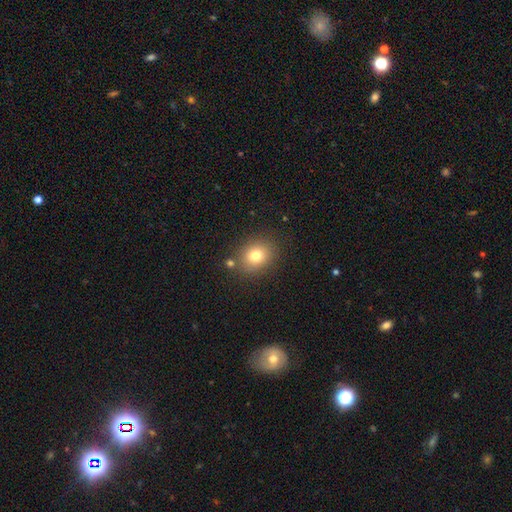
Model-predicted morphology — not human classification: smooth-or-featured: smooth: 78% | star or artifact: 12% | featured or disk: 10%
  how-rounded: round: 57% | in between: 42% | cigar-shaped: 1%
  merging: none: 81% | minor disturbance: 10% | merger: 6% | major disturbance: 3%